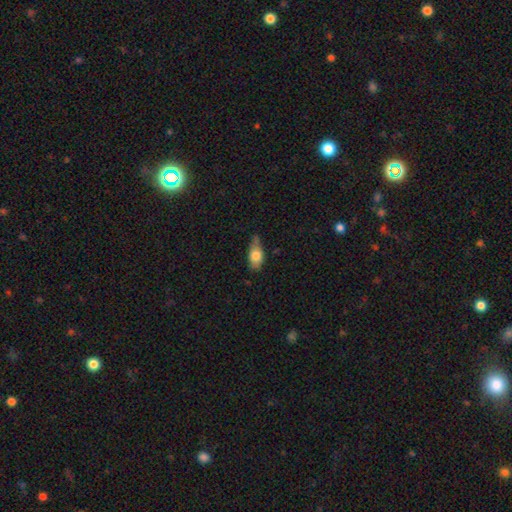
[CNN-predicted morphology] A smooth galaxy with no disk features (74%) that is in between round and cigar-shaped (83%).

Vote fractions:
- Smooth or featured? smooth: 74% / featured or disk: 19% / star or artifact: 7%
- How rounded? in between: 83% / cigar-shaped: 10% / round: 7%
- Merging? none: 48% / minor disturbance: 39% / major disturbance: 9% / merger: 3%